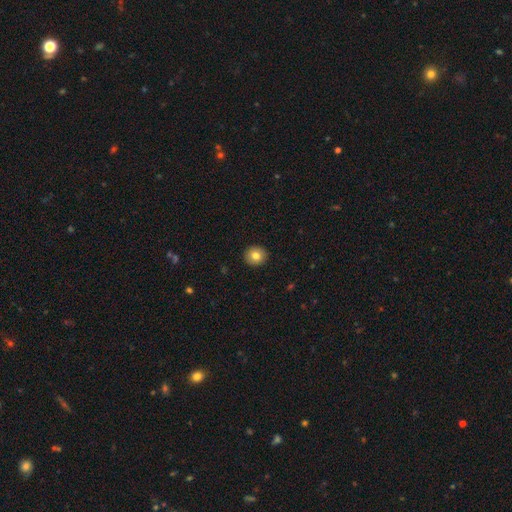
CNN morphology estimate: The model was most divided on "smooth or featured": smooth: 81%, featured or disk: 10%, star or artifact: 9%. More confident: merging — none (93%); how rounded — round (89%).